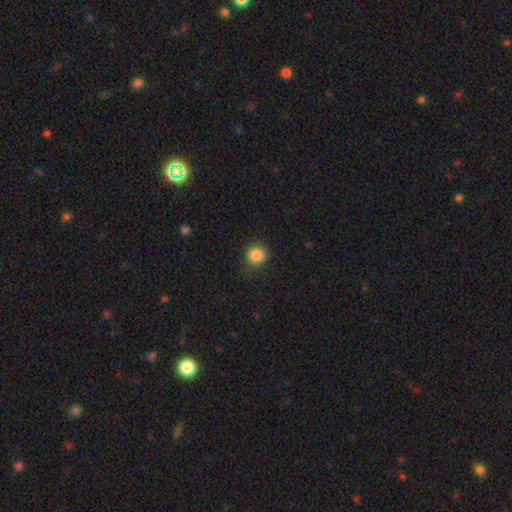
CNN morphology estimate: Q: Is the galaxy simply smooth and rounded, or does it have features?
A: smooth — 86%.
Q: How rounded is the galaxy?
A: round — 87%.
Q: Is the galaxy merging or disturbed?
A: none — 81%.